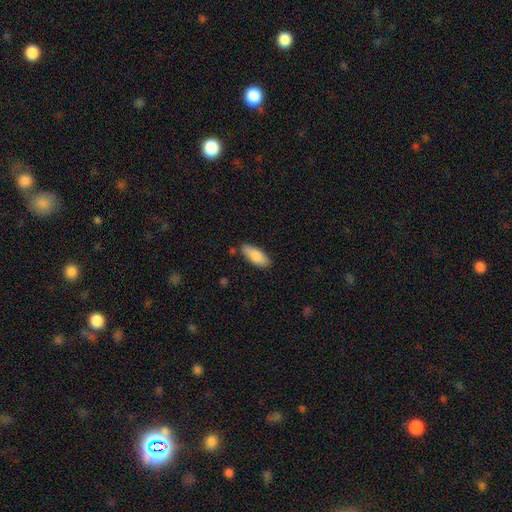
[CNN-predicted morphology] smooth_or_featured: smooth (p=0.85) [alt: featured or disk p=0.09]
how_rounded: in between (p=0.82) [alt: cigar-shaped p=0.16]
merging: none (p=0.82) [alt: minor disturbance p=0.13]